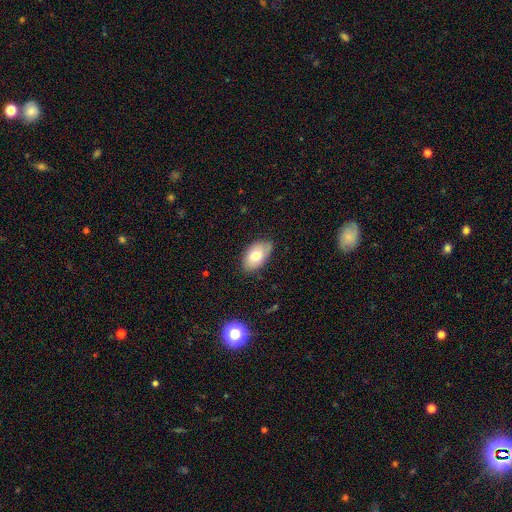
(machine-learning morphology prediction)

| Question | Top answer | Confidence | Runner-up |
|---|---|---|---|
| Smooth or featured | smooth | 73% | featured or disk (19%) |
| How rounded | in between | 93% | round (6%) |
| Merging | none | 76% | minor disturbance (20%) |